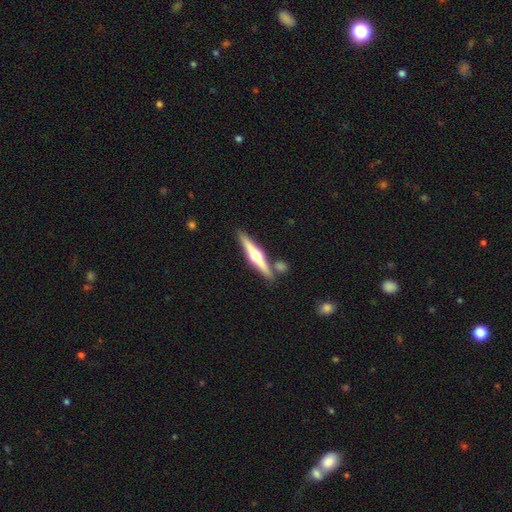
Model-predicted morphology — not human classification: A featured or disk galaxy (75%) viewed edge-on (98%) with a rounded central bulge (96%). Merging: none (83%).